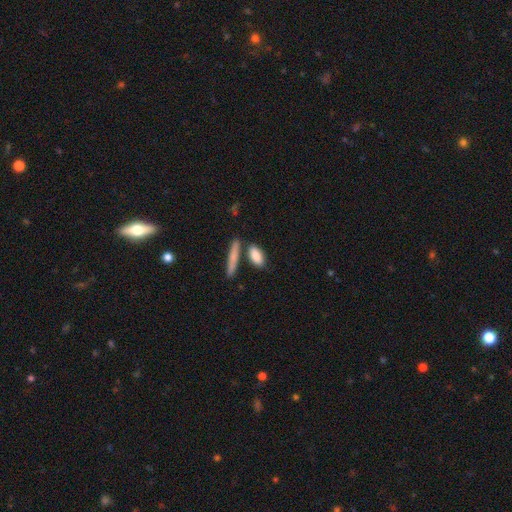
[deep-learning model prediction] smooth 84%, featured or disk 10%, star or artifact 6%. Down the decision tree: how rounded — in between (69%); merging — none (68%).